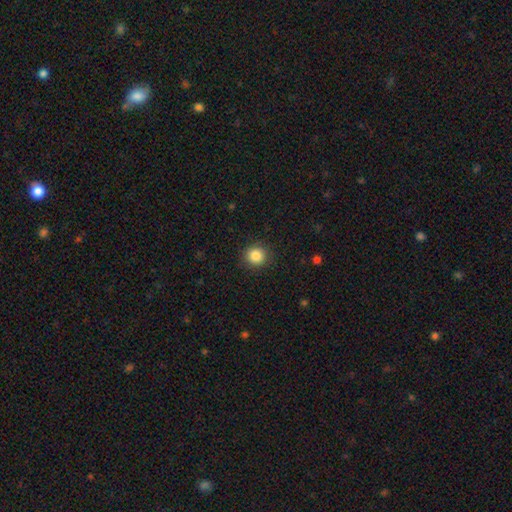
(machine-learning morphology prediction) A smooth galaxy with no disk features (86%) that is round (91%).

Vote fractions:
- Smooth or featured? smooth: 86% / star or artifact: 10% / featured or disk: 4%
- How rounded? round: 91% / in between: 8% / cigar-shaped: 1%
- Merging? none: 90% / minor disturbance: 7% / major disturbance: 2% / merger: 1%